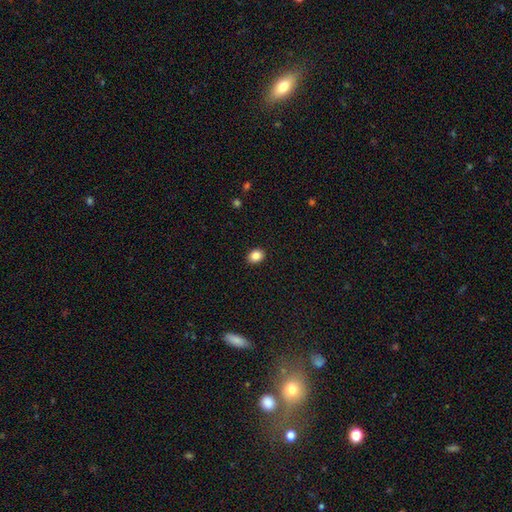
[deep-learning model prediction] This is clearly a smooth galaxy (86%). How rounded: possibly in between (51%). Merging: clearly none (91%).